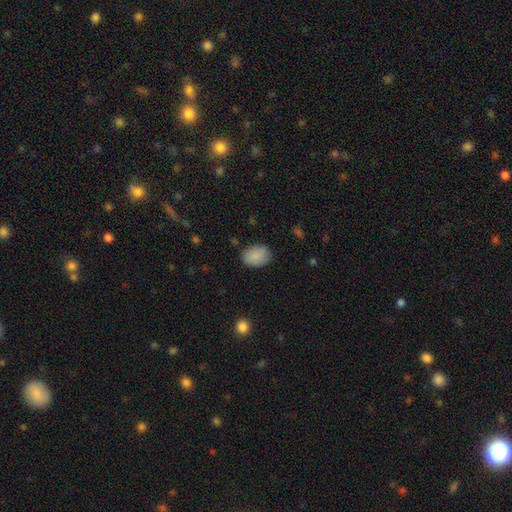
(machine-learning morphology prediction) Smooth or featured? smooth (87%)
How rounded? in between (81%)
Merging? none (78%)